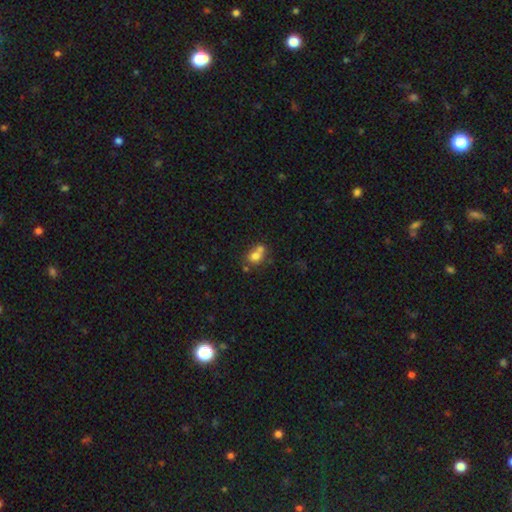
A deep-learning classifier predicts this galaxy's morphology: Smooth or featured: smooth — 73% (featured or disk — 15%)
How rounded: round — 57% (in between — 41%)
Merging: merger — 50% (none — 35%)